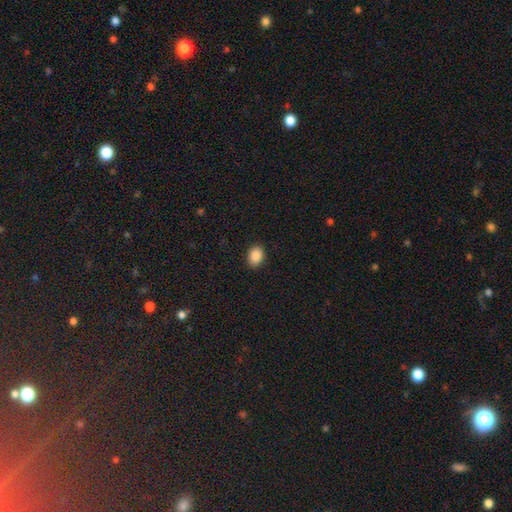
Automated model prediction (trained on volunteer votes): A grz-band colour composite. It shows a smooth galaxy with no disk features (89%) that is in between round and cigar-shaped (73%). Merging: none (90%).